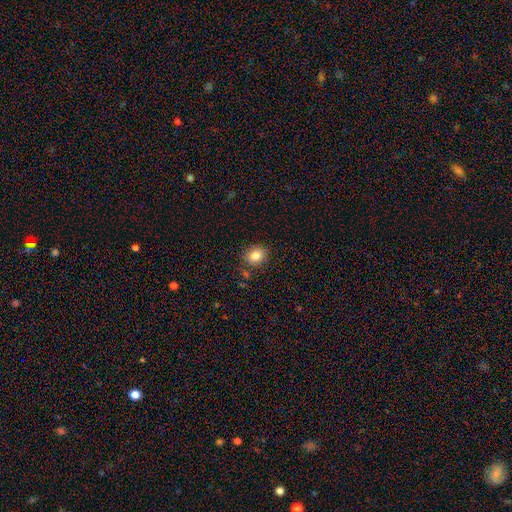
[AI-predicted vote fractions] The model was most divided on "how rounded": round: 59%, in between: 40%, cigar-shaped: 1%. More confident: merging — none (83%); smooth or featured — smooth (82%).